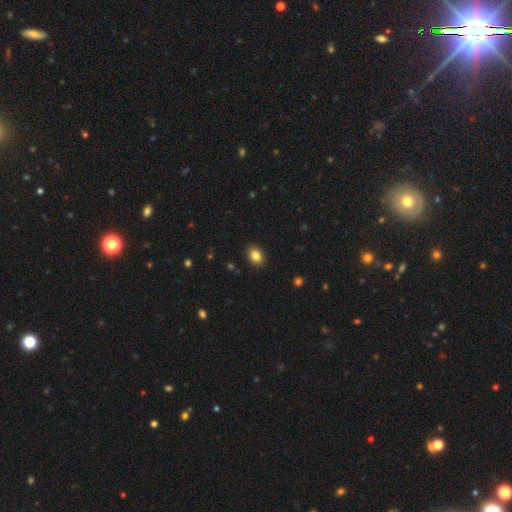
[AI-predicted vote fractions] Smooth or featured? smooth (85%)
How rounded? in between (66%)
Merging? none (90%)